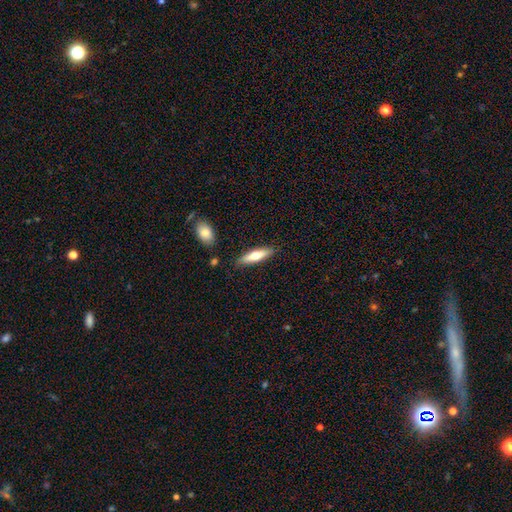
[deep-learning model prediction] The model was most divided on "smooth or featured": smooth: 59%, featured or disk: 36%, star or artifact: 6%. More confident: merging — none (85%); how rounded — cigar-shaped (70%).